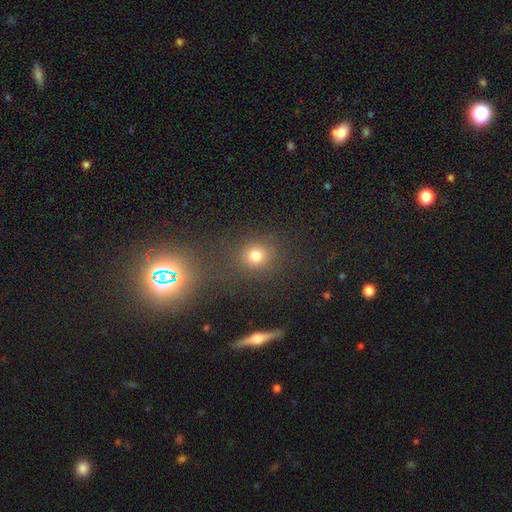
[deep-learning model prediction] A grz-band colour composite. It shows a smooth galaxy with no disk features (74%) that is round (82%). Merging: none (73%).